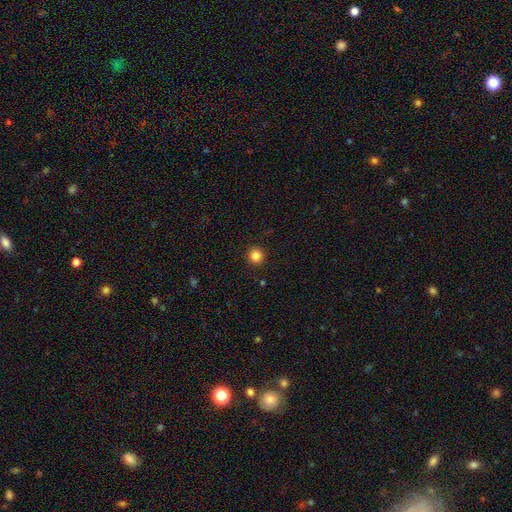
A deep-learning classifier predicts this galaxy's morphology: smooth 84%, star or artifact 12%, featured or disk 4%. Down the decision tree: how rounded — round (95%); merging — none (92%).